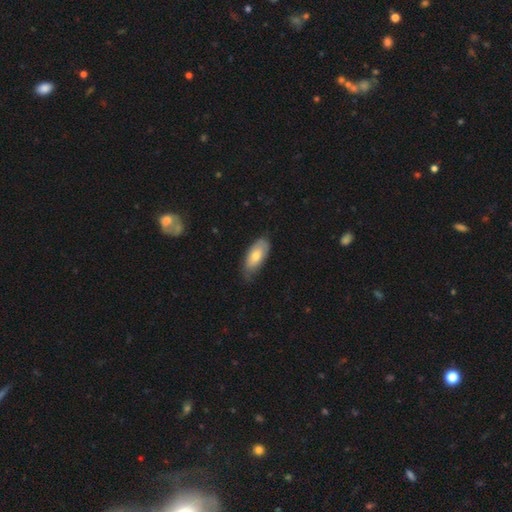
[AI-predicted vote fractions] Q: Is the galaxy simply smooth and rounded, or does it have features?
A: smooth — 72%.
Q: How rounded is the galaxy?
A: in between — 87%.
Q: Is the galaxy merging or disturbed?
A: none — 63%.